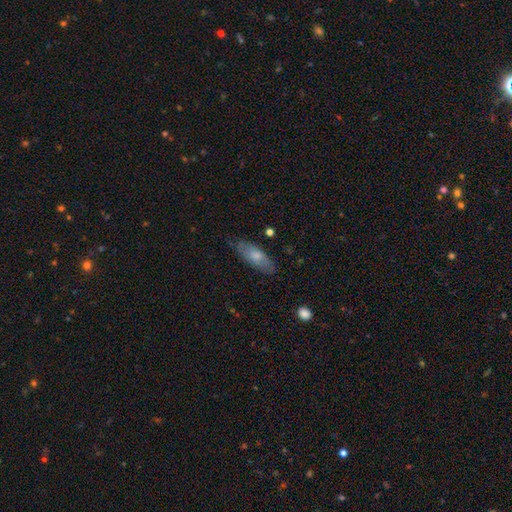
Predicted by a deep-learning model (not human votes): smooth_or_featured: smooth (p=0.68) [alt: featured or disk p=0.26]
how_rounded: in between (p=0.72) [alt: cigar-shaped p=0.26]
merging: none (p=0.76) [alt: minor disturbance p=0.18]